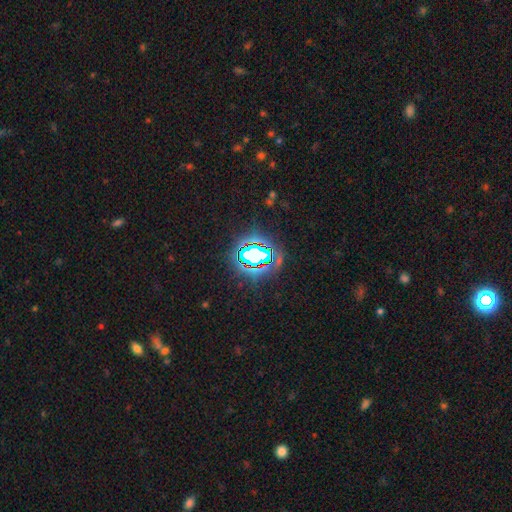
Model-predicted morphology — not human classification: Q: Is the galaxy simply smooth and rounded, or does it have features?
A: star or artifact — 70%.